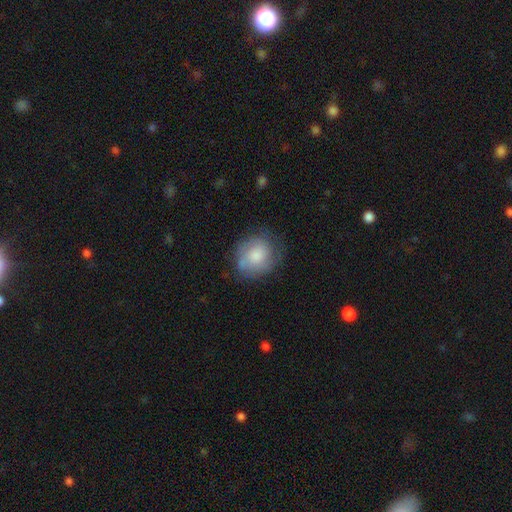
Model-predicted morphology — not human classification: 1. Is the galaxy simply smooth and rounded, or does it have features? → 67% smooth, 26% featured or disk, 7% star or artifact.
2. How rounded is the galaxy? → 75% round, 24% in between, 1% cigar-shaped.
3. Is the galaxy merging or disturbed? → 65% none, 24% minor disturbance, 9% major disturbance, 2% merger.